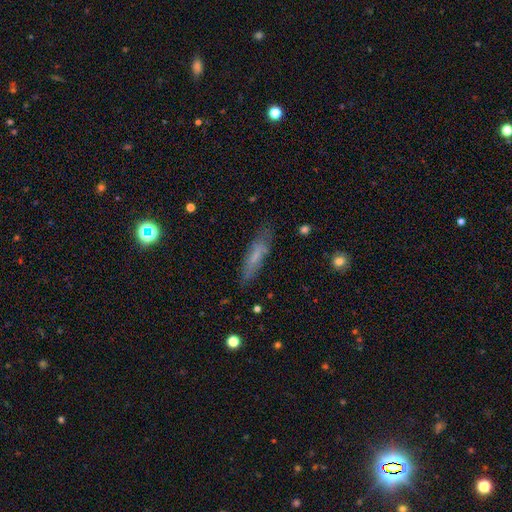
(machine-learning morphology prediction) This appears to be a smooth galaxy with no disk features (58%) that is cigar-shaped (72%). Merging: none (75%).